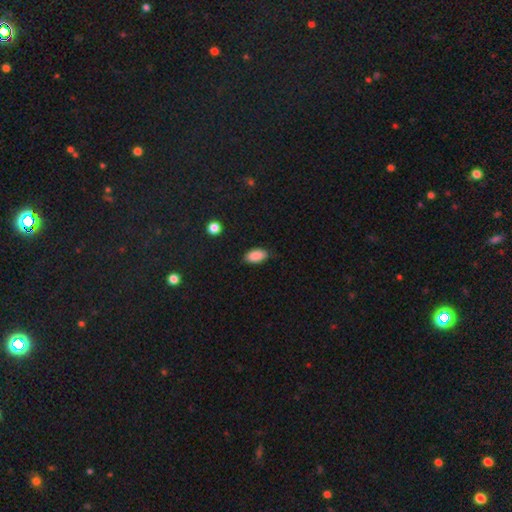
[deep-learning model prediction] Overall: smooth (89%). How rounded: in between (93%). Merging: none (84%).